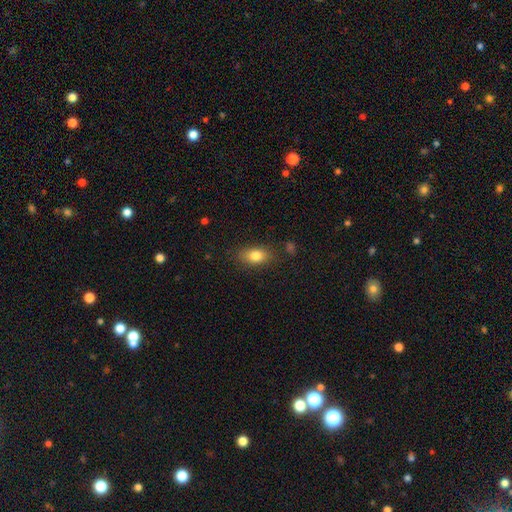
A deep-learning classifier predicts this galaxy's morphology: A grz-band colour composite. It shows a smooth galaxy with no disk features (81%) that is in between round and cigar-shaped (84%). Merging: none (81%).